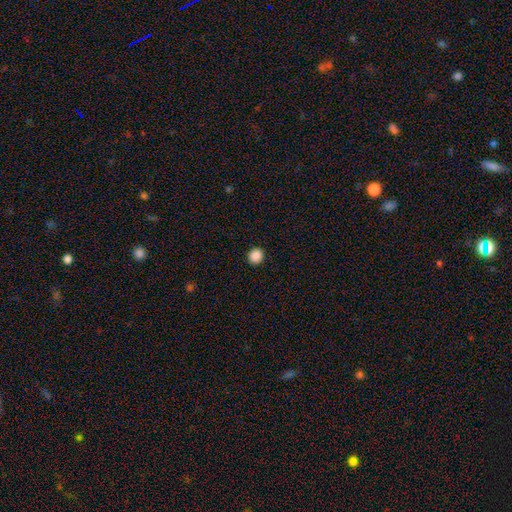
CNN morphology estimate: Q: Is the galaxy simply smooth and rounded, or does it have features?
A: smooth — 88%.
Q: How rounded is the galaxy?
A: round — 92%.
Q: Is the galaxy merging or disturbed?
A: none — 93%.